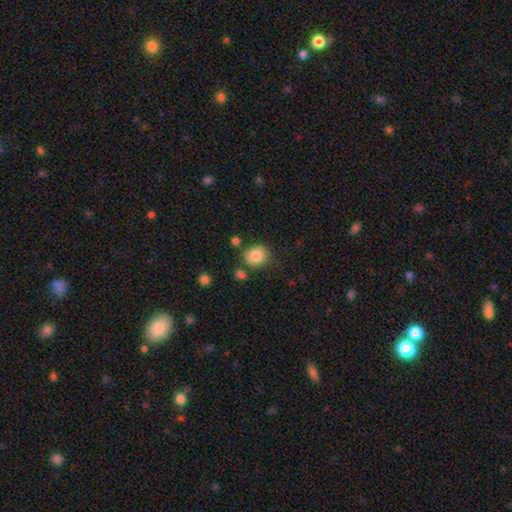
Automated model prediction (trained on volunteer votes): Smooth or featured?
  - smooth: 84% *
  - star or artifact: 10%
  - featured or disk: 6%
How rounded?
  - round: 69% *
  - in between: 30%
  - cigar-shaped: 1%
Merging?
  - none: 75% *
  - minor disturbance: 14%
  - merger: 7%
  - major disturbance: 4%